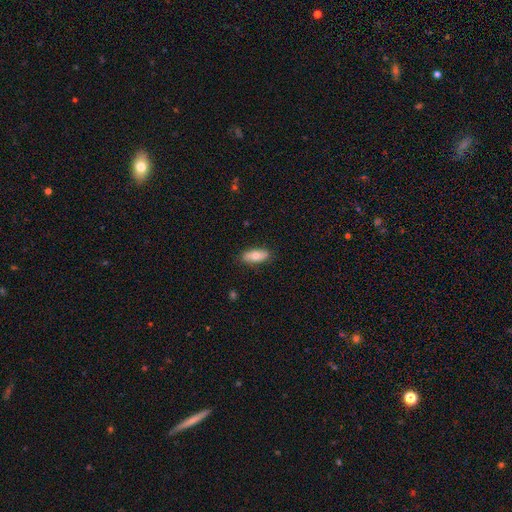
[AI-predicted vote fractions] A smooth galaxy with no disk features (71%) that is in between round and cigar-shaped (81%).

Vote fractions:
- Smooth or featured? smooth: 71% / featured or disk: 23% / star or artifact: 6%
- How rounded? in between: 81% / cigar-shaped: 16% / round: 3%
- Merging? none: 85% / minor disturbance: 12% / major disturbance: 2% / merger: 1%